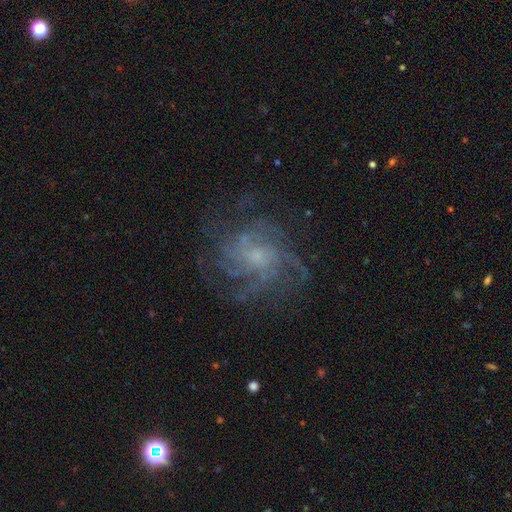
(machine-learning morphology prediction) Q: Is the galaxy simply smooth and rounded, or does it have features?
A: featured or disk — 80%.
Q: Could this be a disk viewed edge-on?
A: no — 98%.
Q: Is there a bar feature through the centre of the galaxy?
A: no — 70%.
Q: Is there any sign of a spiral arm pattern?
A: yes — 93%.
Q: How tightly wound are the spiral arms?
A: medium — 43%.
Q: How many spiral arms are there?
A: can't tell — 31%.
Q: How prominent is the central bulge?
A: small — 52%.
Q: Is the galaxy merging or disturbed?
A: none — 70%.